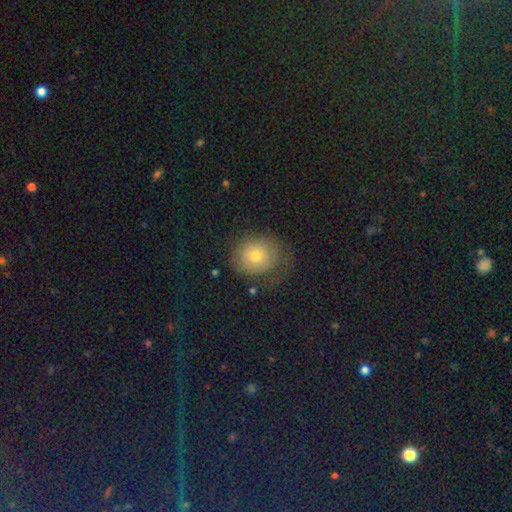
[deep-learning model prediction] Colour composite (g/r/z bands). It shows a smooth galaxy with no disk features (66%) that is round (68%). Merging: none (62%).